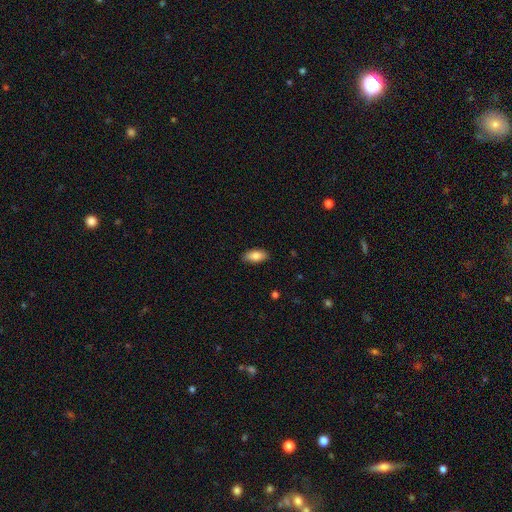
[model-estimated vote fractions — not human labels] smooth_or_featured: smooth (p=0.84) [alt: featured or disk p=0.10]
how_rounded: in between (p=0.88) [alt: cigar-shaped p=0.09]
merging: none (p=0.87) [alt: minor disturbance p=0.10]